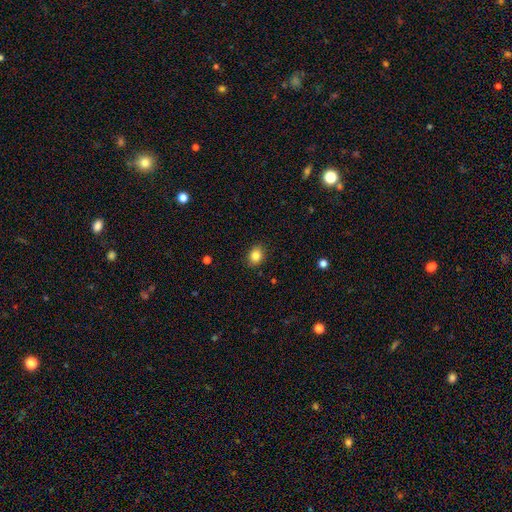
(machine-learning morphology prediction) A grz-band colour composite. It shows a smooth galaxy with no disk features (84%) that is in between round and cigar-shaped (50%). Merging: none (88%).